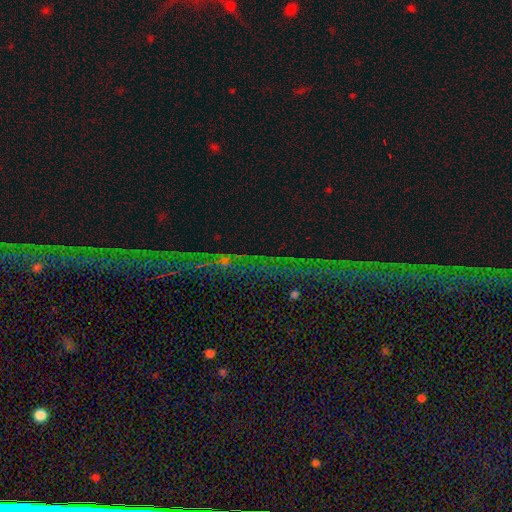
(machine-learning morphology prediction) Overall: star or artifact (73%).